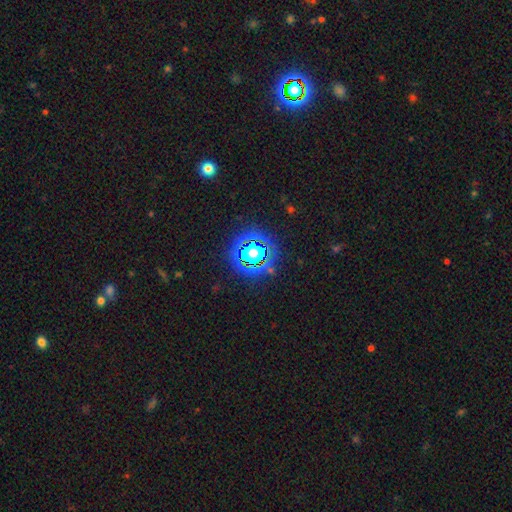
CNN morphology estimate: The model was most divided on "smooth or featured": star or artifact: 80%, smooth: 13%, featured or disk: 7%.